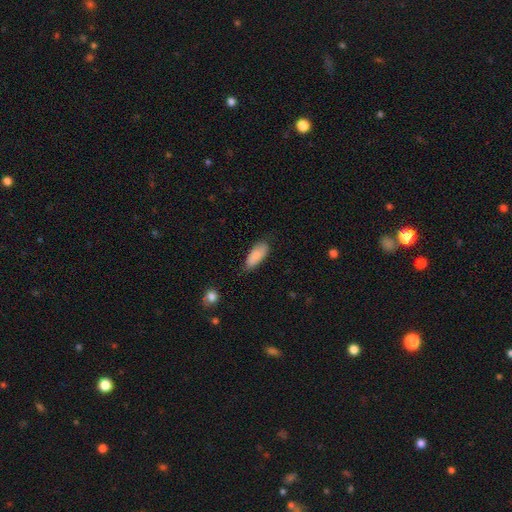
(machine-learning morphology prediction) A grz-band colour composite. It shows a smooth galaxy with no disk features (85%) that is in between round and cigar-shaped (81%). Merging: none (71%).